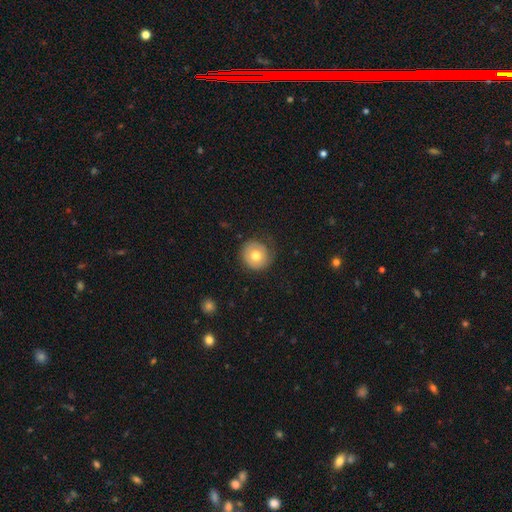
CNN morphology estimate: Smooth or featured: smooth — 69% (featured or disk — 23%)
How rounded: round — 91% (in between — 8%)
Merging: none — 73% (minor disturbance — 18%)